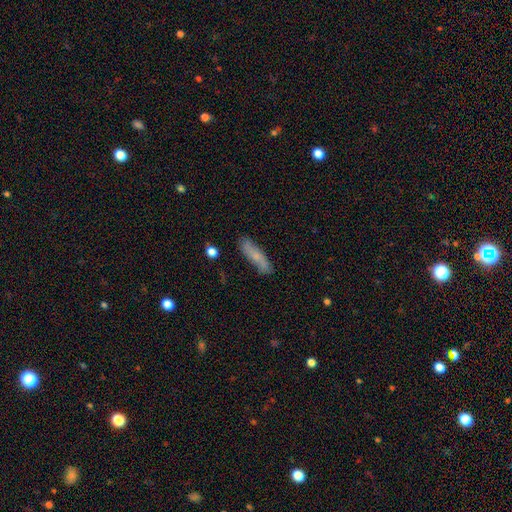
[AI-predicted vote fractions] Morphology: type=smooth (64%); roundness=cigar-shaped (75%); merging=none (81%).